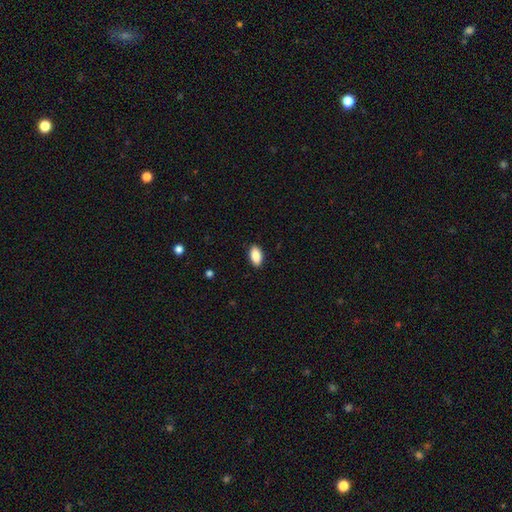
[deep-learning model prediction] This is clearly a smooth galaxy (88%). How rounded: clearly in between (93%). Merging: clearly none (90%).